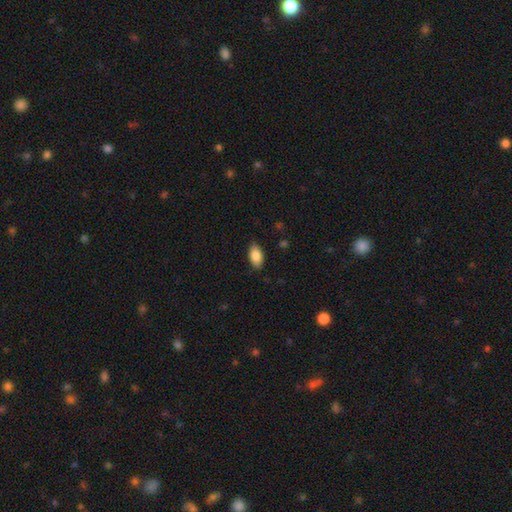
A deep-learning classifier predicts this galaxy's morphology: smooth_or_featured: smooth (p=0.86) [alt: featured or disk p=0.07]
how_rounded: in between (p=0.93) [alt: cigar-shaped p=0.04]
merging: none (p=0.85) [alt: minor disturbance p=0.11]